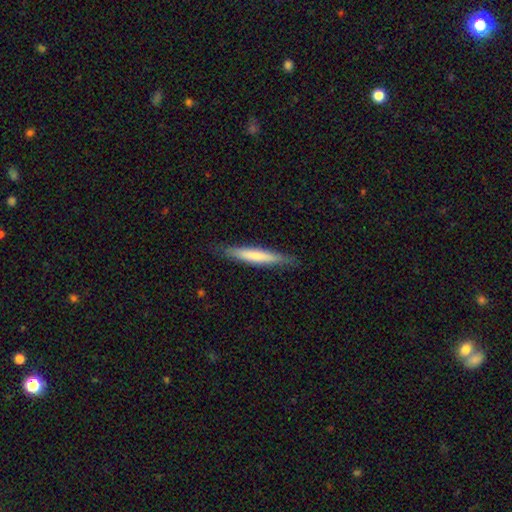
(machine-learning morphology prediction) Smooth or featured? Predicted: smooth (p=0.66). How rounded? Predicted: cigar-shaped (p=0.93). Merging? Predicted: none (p=0.86).